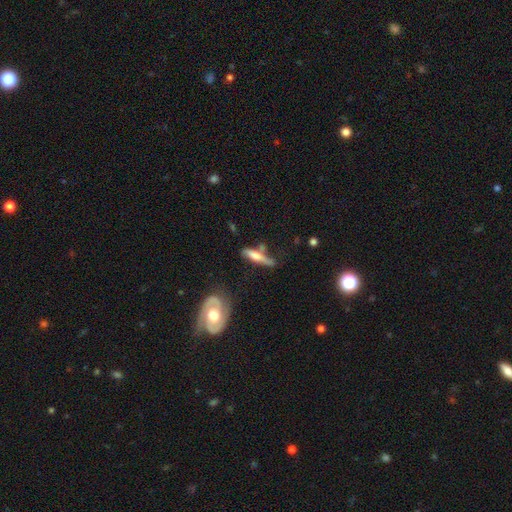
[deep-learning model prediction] Q: Smooth or featured?
A: smooth (49%); runner-up: featured or disk (44%)
Q: Merging?
A: none (48%); runner-up: minor disturbance (26%)